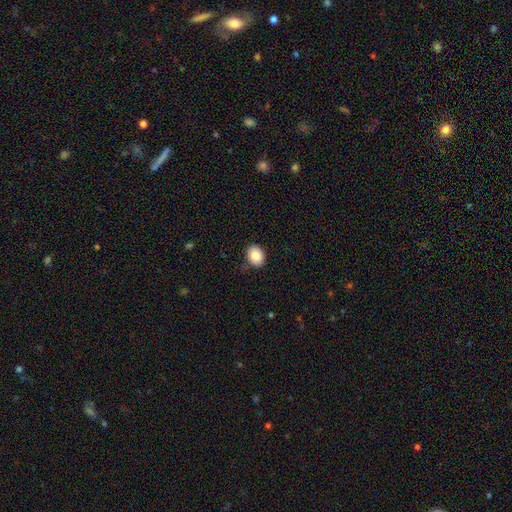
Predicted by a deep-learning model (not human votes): Smooth or featured? smooth (86%)
How rounded? in between (64%)
Merging? none (86%)